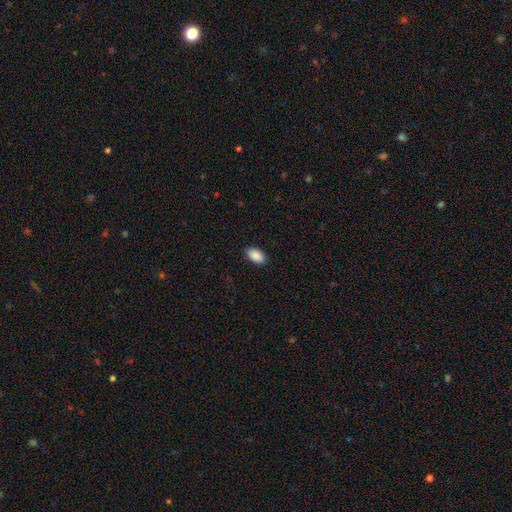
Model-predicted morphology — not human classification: This appears to be a smooth galaxy with no disk features (90%) that is in between round and cigar-shaped (95%). Merging: none (89%).